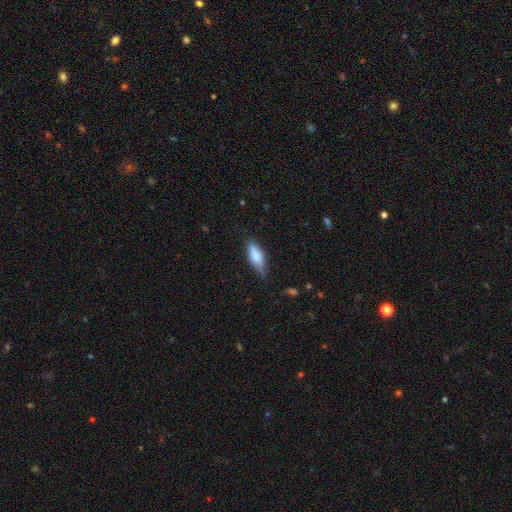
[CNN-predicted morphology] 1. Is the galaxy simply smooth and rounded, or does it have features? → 73% smooth, 20% featured or disk, 7% star or artifact.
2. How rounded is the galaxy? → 65% in between, 32% cigar-shaped, 3% round.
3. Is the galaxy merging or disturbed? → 65% none, 27% minor disturbance, 6% major disturbance, 2% merger.